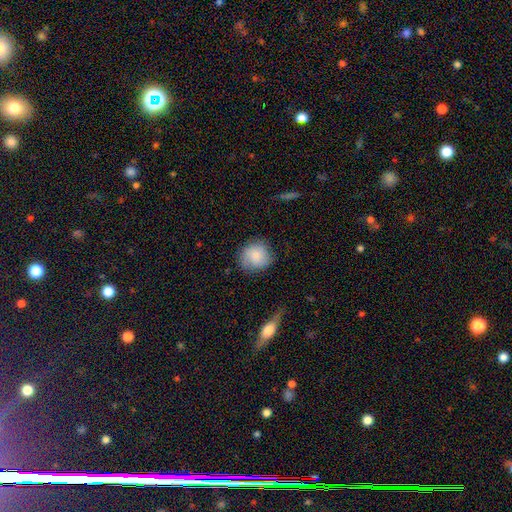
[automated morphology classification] smooth 81%, featured or disk 12%, star or artifact 7%. Down the decision tree: how rounded — round (86%); merging — none (72%).